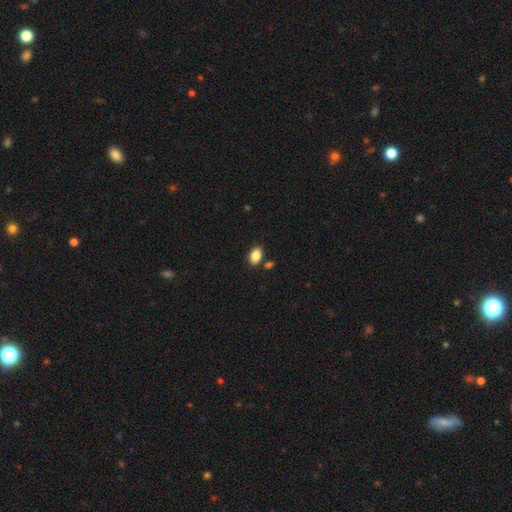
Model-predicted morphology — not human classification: A smooth galaxy with no disk features (88%) that is in between round and cigar-shaped (88%). Merging: none (82%).